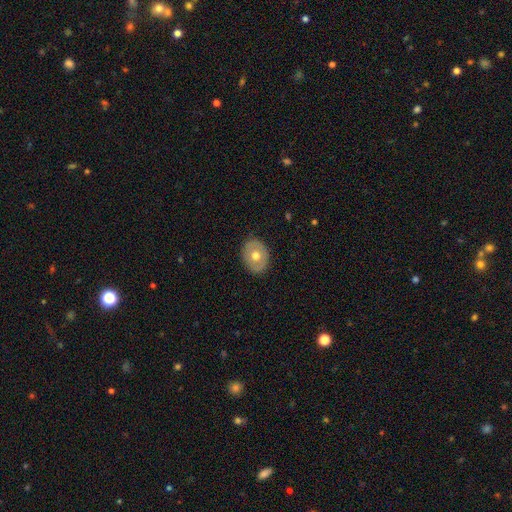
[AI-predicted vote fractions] This is possibly a smooth galaxy (55%). How rounded: possibly round (55%). Merging: clearly none (87%).